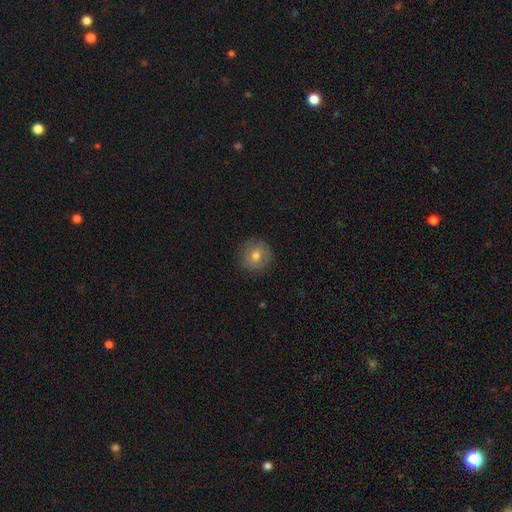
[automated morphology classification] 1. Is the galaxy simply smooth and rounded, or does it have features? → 67% smooth, 24% featured or disk, 9% star or artifact.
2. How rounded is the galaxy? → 90% round, 9% in between, 1% cigar-shaped.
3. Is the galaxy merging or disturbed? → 85% none, 11% minor disturbance, 3% major disturbance, 1% merger.